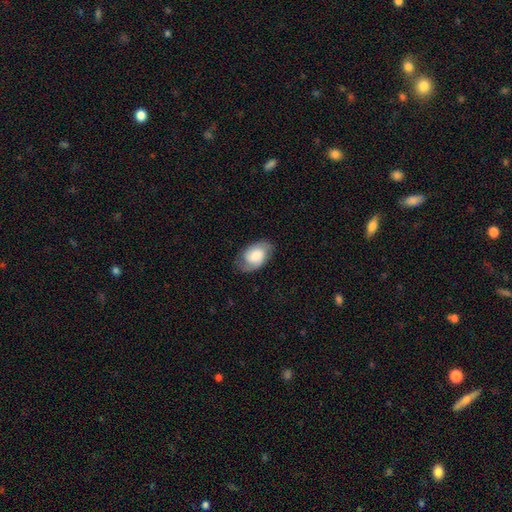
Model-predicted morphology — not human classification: Smooth or featured: smooth — 52% (featured or disk — 41%)
How rounded: in between — 90% (round — 9%)
Merging: none — 75% (minor disturbance — 19%)